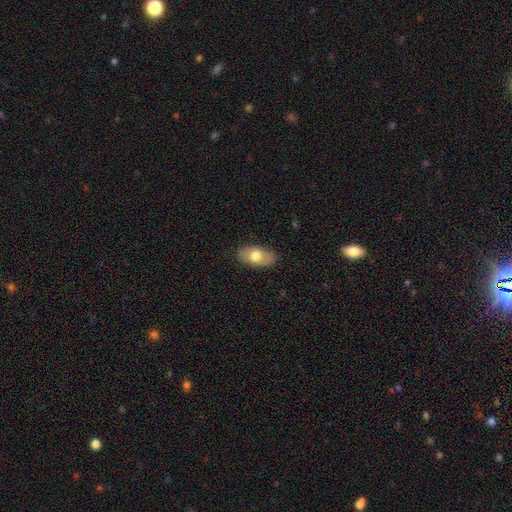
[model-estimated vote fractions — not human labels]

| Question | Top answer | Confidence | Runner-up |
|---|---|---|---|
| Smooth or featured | smooth | 71% | featured or disk (23%) |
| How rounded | in between | 92% | round (5%) |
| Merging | none | 86% | minor disturbance (11%) |